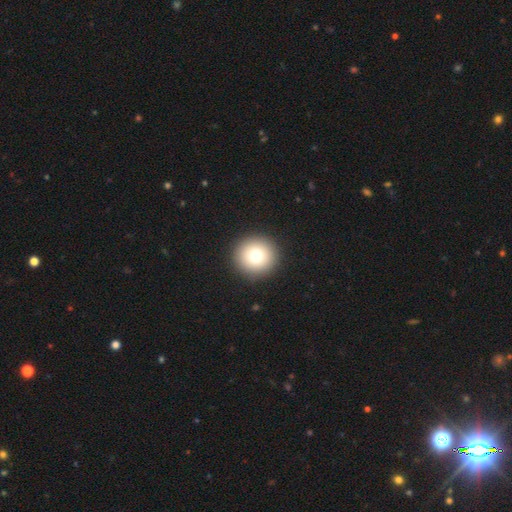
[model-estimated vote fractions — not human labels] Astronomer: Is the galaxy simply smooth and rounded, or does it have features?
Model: smooth — 75%.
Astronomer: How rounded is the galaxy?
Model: round — 95%.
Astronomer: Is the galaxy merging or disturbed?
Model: none — 92%.